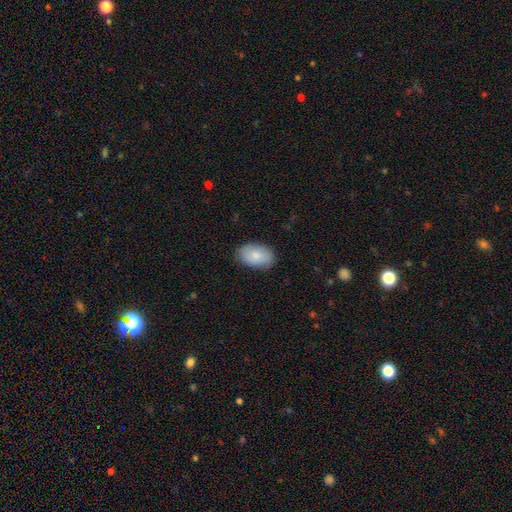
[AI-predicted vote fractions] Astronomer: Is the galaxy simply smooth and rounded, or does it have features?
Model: smooth — 83%.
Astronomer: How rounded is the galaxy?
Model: in between — 91%.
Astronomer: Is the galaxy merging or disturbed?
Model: none — 84%.